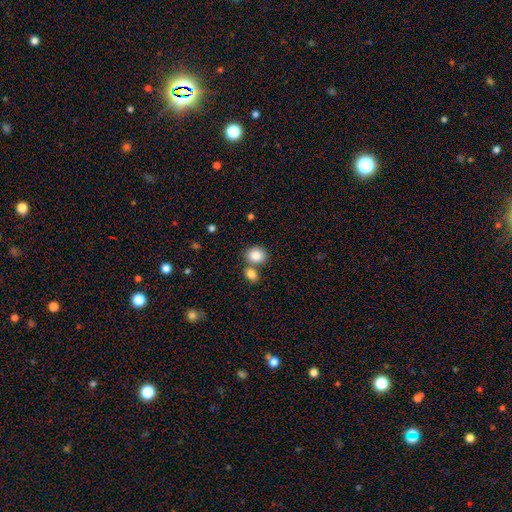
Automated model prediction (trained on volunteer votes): Smooth or featured? Predicted: smooth (p=0.86). How rounded? Predicted: round (p=0.54). Merging? Predicted: none (p=0.53).